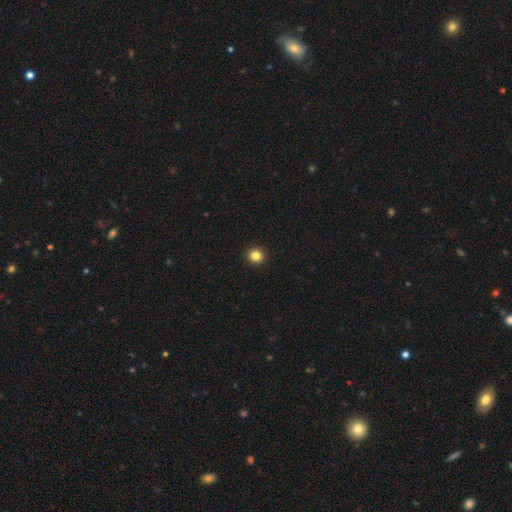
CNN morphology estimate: The model was most divided on "smooth or featured": smooth: 84%, star or artifact: 12%, featured or disk: 4%. More confident: merging — none (94%); how rounded — round (92%).